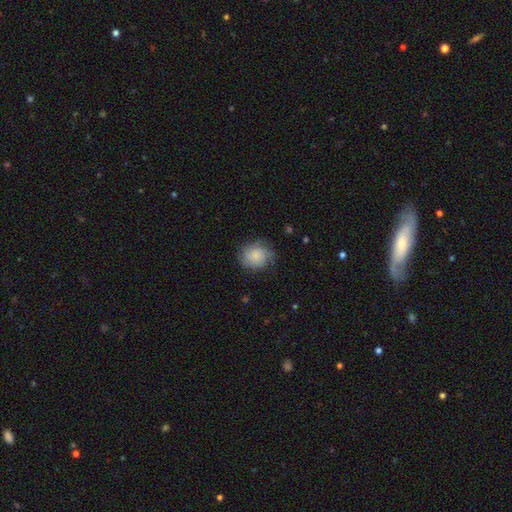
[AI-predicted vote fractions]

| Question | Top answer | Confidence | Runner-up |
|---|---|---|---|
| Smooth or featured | smooth | 63% | featured or disk (29%) |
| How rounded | round | 75% | in between (24%) |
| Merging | none | 67% | minor disturbance (23%) |